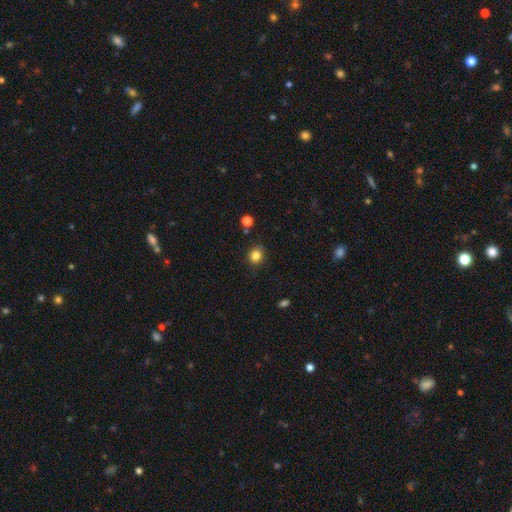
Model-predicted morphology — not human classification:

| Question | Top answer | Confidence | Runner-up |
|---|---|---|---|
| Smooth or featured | smooth | 83% | star or artifact (12%) |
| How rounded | round | 79% | in between (20%) |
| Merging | none | 84% | minor disturbance (11%) |